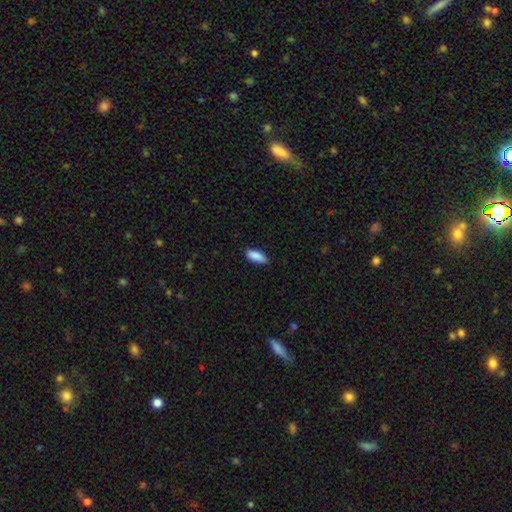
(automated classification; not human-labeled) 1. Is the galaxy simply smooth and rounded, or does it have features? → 90% smooth, 6% star or artifact, 4% featured or disk.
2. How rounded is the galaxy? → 81% in between, 17% cigar-shaped, 2% round.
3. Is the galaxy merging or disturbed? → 84% none, 13% minor disturbance, 2% major disturbance, 1% merger.